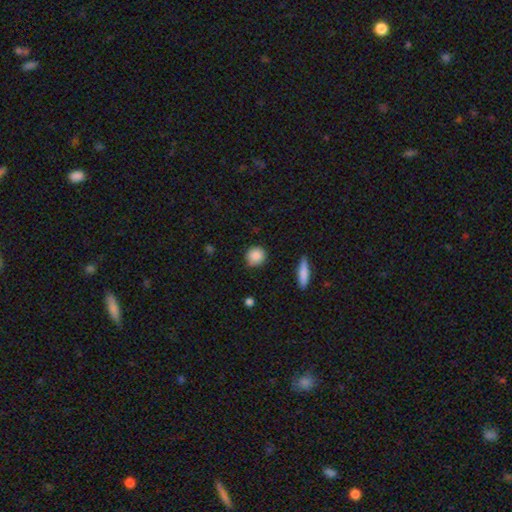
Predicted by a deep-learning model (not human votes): Overall: smooth (88%). How rounded: round (87%). Merging: none (85%).